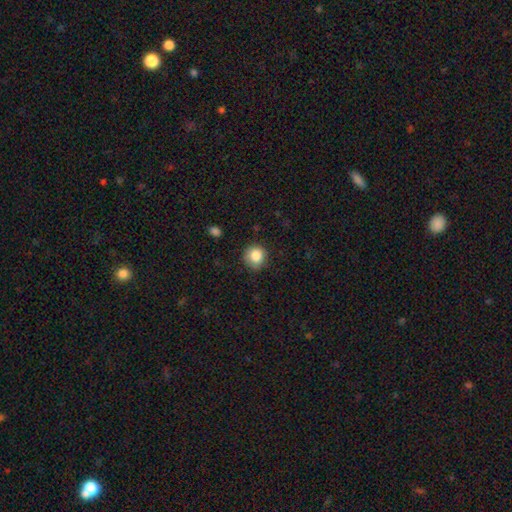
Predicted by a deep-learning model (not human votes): Smooth or featured? smooth (85%)
How rounded? round (91%)
Merging? none (81%)